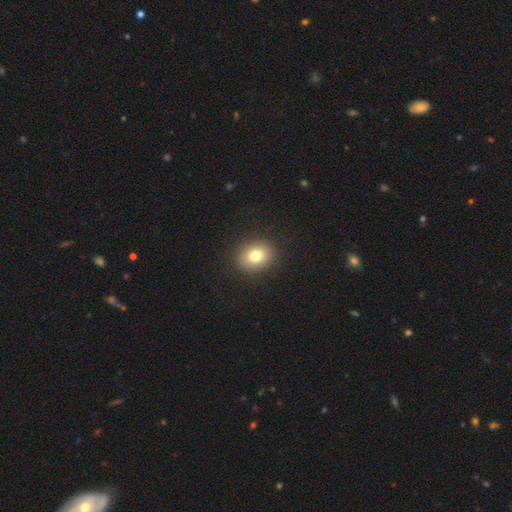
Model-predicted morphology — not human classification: Smooth or featured? Predicted: smooth (p=0.79). How rounded? Predicted: round (p=0.61). Merging? Predicted: none (p=0.90).